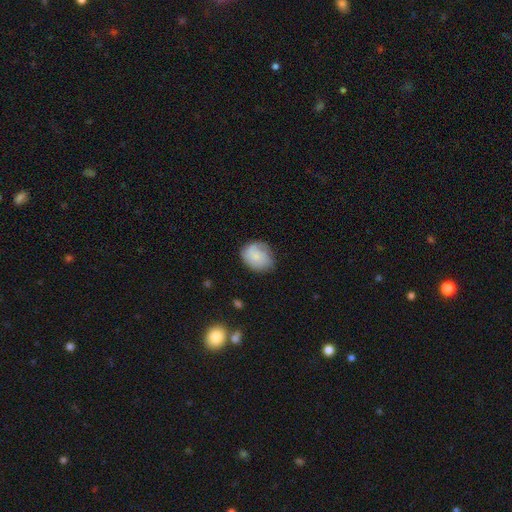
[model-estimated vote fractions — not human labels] Smooth or featured? smooth (70%)
How rounded? round (52%)
Merging? none (59%)